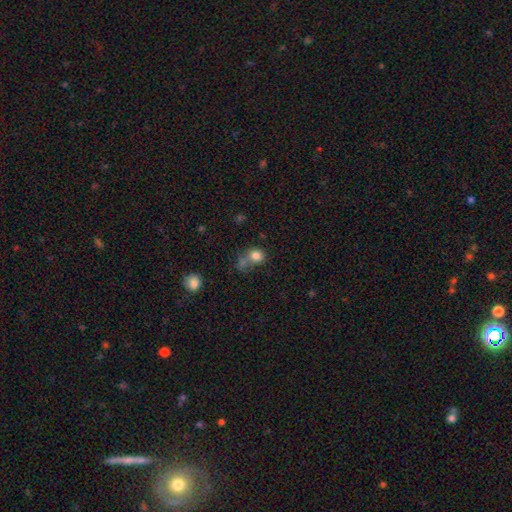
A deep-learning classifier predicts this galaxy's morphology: smooth 80%, star or artifact 12%, featured or disk 8%. Down the decision tree: how rounded — round (74%); merging — none (46%).